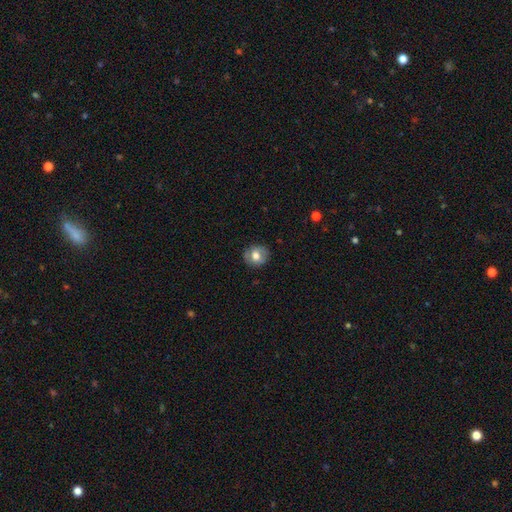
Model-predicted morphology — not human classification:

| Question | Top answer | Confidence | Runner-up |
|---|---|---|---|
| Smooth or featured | smooth | 68% | featured or disk (24%) |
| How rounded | round | 77% | in between (22%) |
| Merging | none | 82% | minor disturbance (13%) |